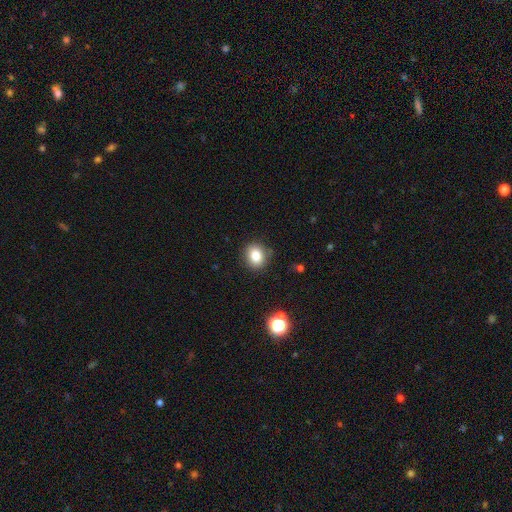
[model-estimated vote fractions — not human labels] This appears to be a smooth galaxy with no disk features (81%) that is round (74%). Merging: none (86%).